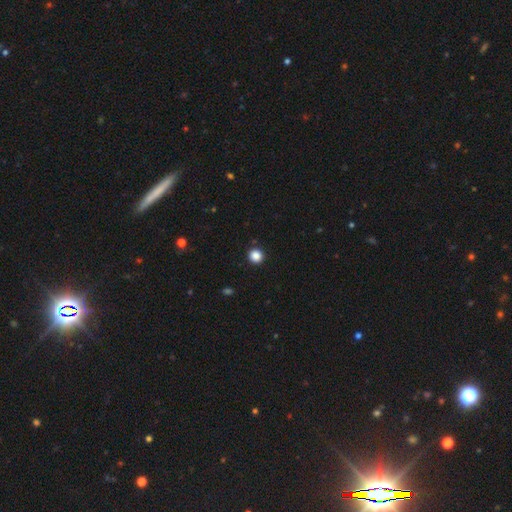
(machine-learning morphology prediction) This is clearly a smooth galaxy (86%). How rounded: clearly round (94%). Merging: clearly none (93%).